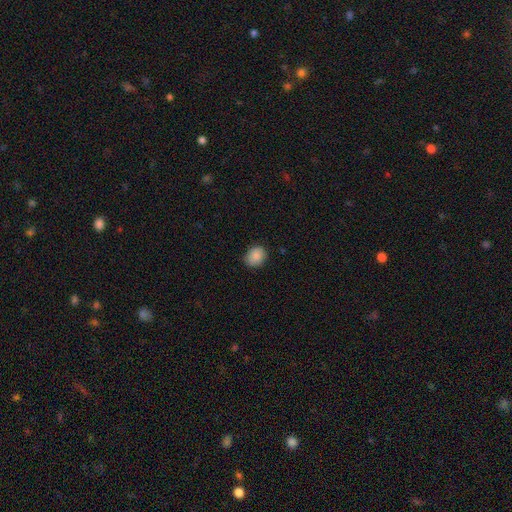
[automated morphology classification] Smooth or featured?
  - smooth: 87% *
  - star or artifact: 9%
  - featured or disk: 5%
How rounded?
  - round: 58% *
  - in between: 41%
  - cigar-shaped: 1%
Merging?
  - none: 81% *
  - minor disturbance: 15%
  - major disturbance: 3%
  - merger: 1%